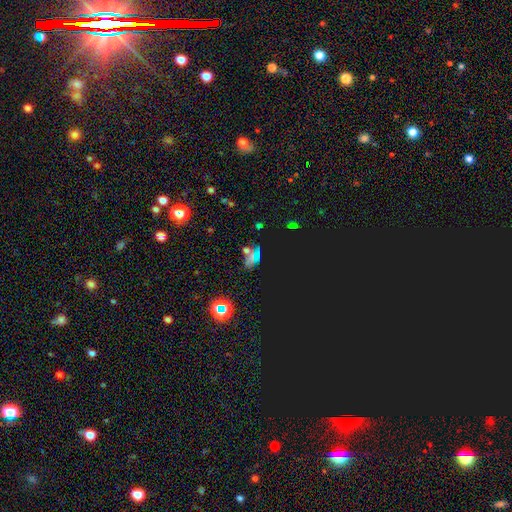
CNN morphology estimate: A star or artifact, not a galaxy (63%).